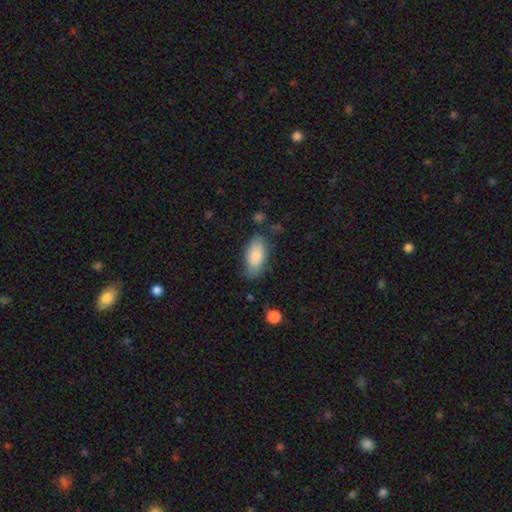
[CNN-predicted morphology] A smooth galaxy with no disk features (84%) that is in between round and cigar-shaped (92%).

Vote fractions:
- Smooth or featured? smooth: 84% / featured or disk: 10% / star or artifact: 6%
- How rounded? in between: 92% / cigar-shaped: 5% / round: 3%
- Merging? none: 70% / minor disturbance: 21% / major disturbance: 6% / merger: 3%